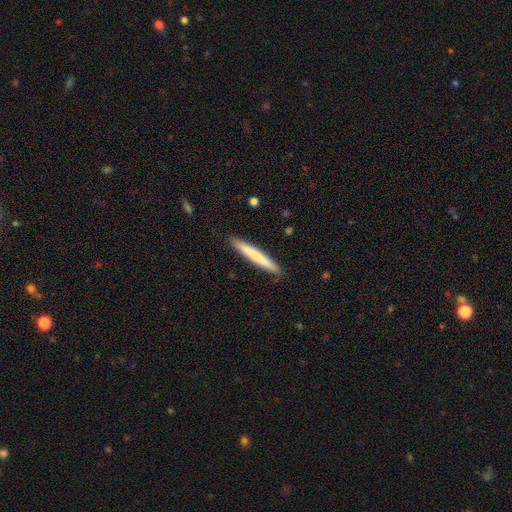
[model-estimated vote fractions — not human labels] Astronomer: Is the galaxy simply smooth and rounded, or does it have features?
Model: smooth — 69%.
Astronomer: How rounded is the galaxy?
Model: cigar-shaped — 96%.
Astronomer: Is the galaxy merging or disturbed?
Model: none — 90%.